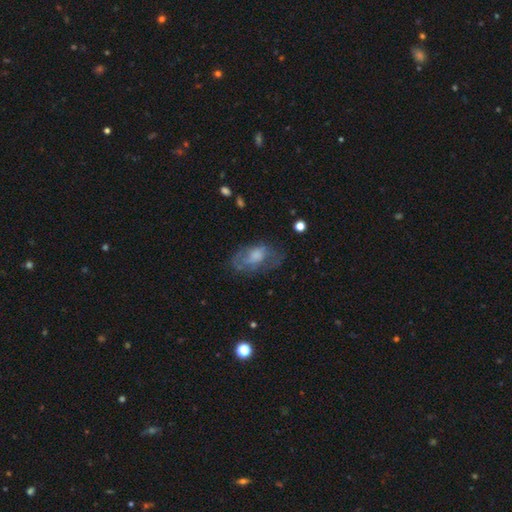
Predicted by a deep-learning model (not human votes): Overall: smooth (46%; featured or disk 45%). Merging: none (52%; minor disturbance 25%).